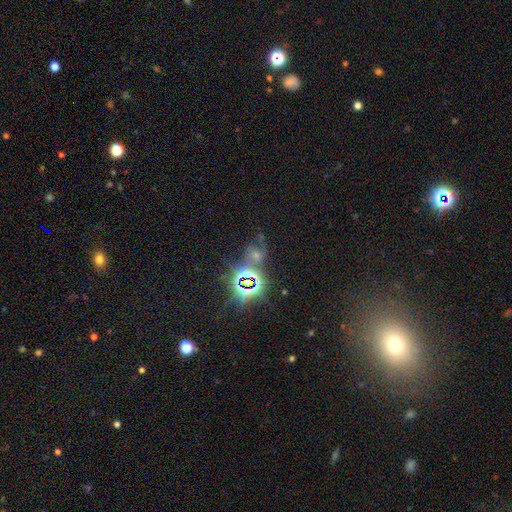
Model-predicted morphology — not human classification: Smooth or featured: star or artifact — 69% (featured or disk — 16%)